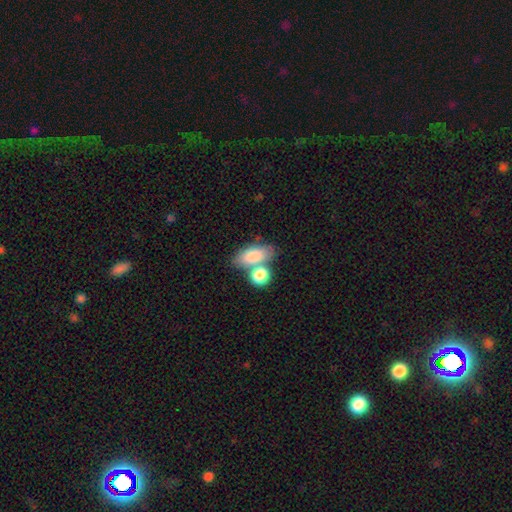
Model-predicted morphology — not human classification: Smooth or featured?
  - smooth: 82% *
  - featured or disk: 12%
  - star or artifact: 6%
How rounded?
  - in between: 87% *
  - round: 7%
  - cigar-shaped: 6%
Merging?
  - merger: 43% *
  - none: 41%
  - minor disturbance: 11%
  - major disturbance: 5%